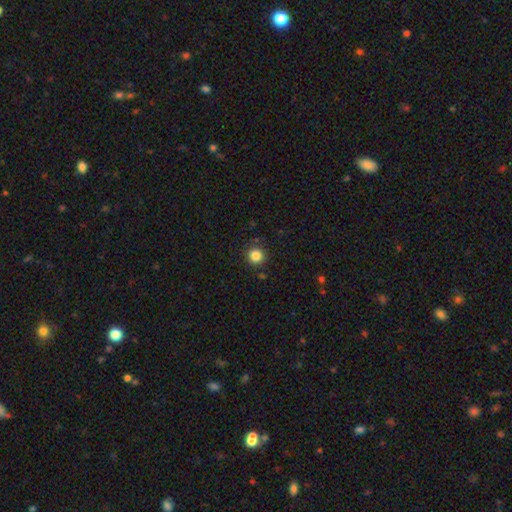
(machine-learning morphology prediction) Smooth or featured? Predicted: smooth (p=0.85). How rounded? Predicted: round (p=0.94). Merging? Predicted: none (p=0.89).